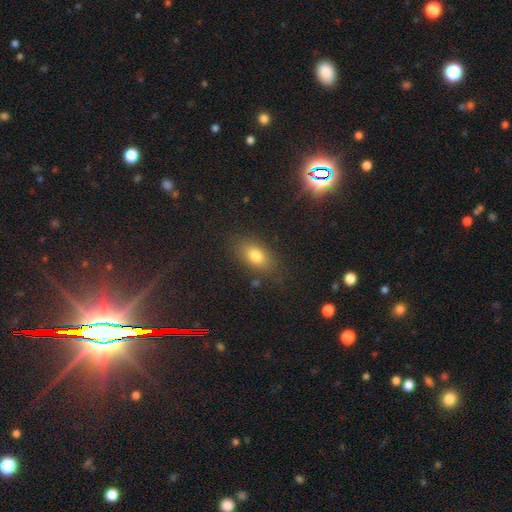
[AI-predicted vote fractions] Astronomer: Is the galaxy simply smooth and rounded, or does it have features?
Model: smooth — 74%.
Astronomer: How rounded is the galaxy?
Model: in between — 79%.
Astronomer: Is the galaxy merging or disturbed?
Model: none — 81%.